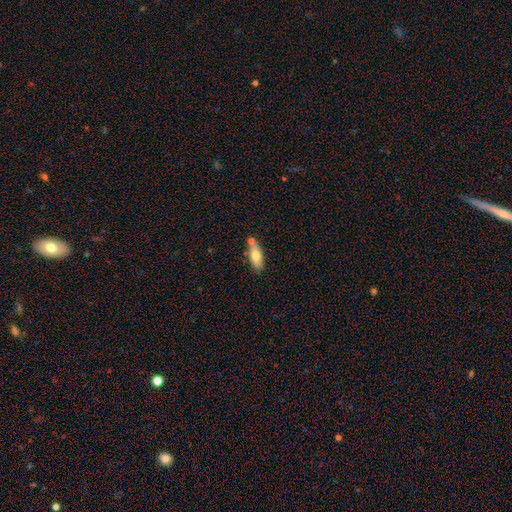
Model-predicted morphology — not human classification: smooth 70%, featured or disk 23%, star or artifact 7%. Down the decision tree: how rounded — in between (77%); merging — none (66%).